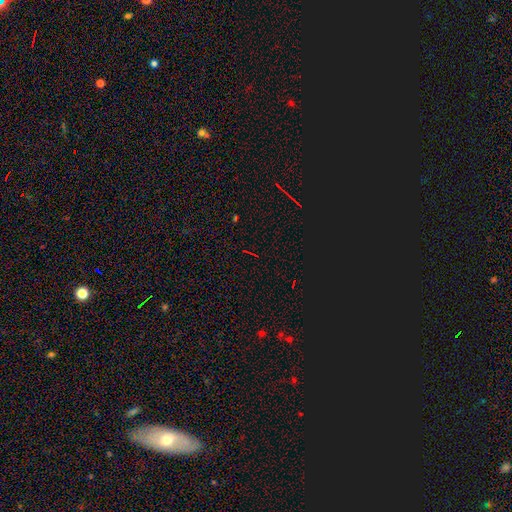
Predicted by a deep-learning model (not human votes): Q: Smooth or featured?
A: star or artifact (78%); runner-up: smooth (12%)